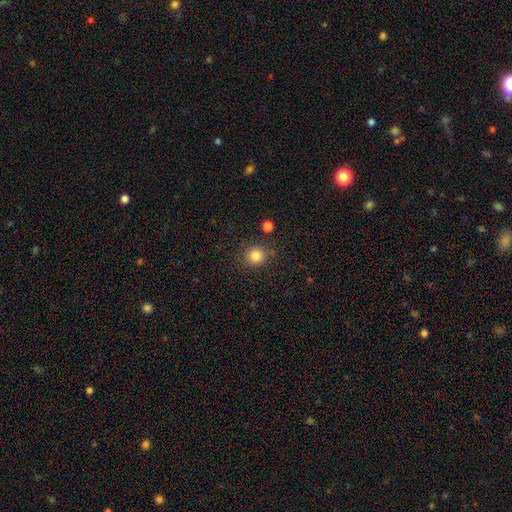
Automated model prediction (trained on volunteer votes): smooth 83%, star or artifact 12%, featured or disk 6%. Down the decision tree: how rounded — round (90%); merging — none (83%).